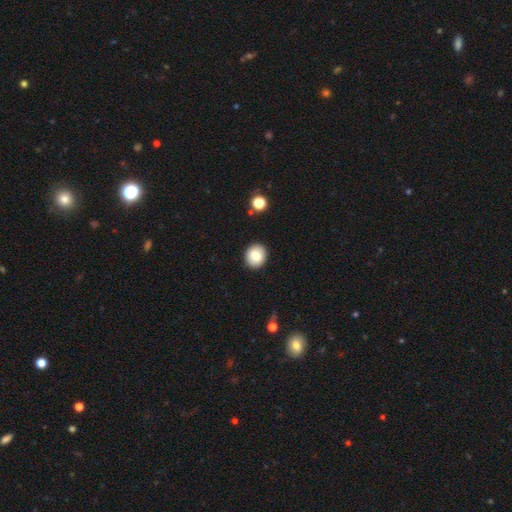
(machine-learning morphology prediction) smooth_or_featured: smooth (p=0.82) [alt: featured or disk p=0.10]
how_rounded: round (p=0.77) [alt: in between p=0.22]
merging: none (p=0.91) [alt: minor disturbance p=0.06]